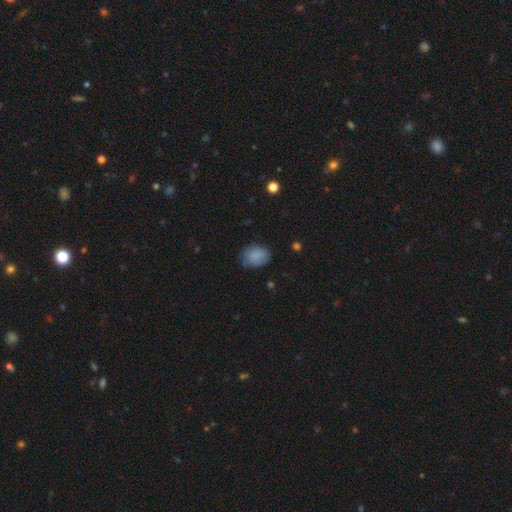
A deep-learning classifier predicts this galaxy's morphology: A smooth galaxy with no disk features (86%) that is in between round and cigar-shaped (67%).

Vote fractions:
- Smooth or featured? smooth: 86% / star or artifact: 8% / featured or disk: 6%
- How rounded? in between: 67% / round: 32% / cigar-shaped: 1%
- Merging? none: 74% / minor disturbance: 20% / major disturbance: 4% / merger: 1%